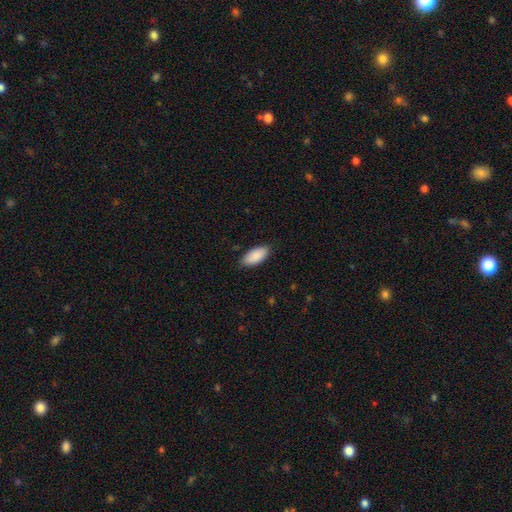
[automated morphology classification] Smooth or featured? smooth (90%)
How rounded? in between (92%)
Merging? none (85%)